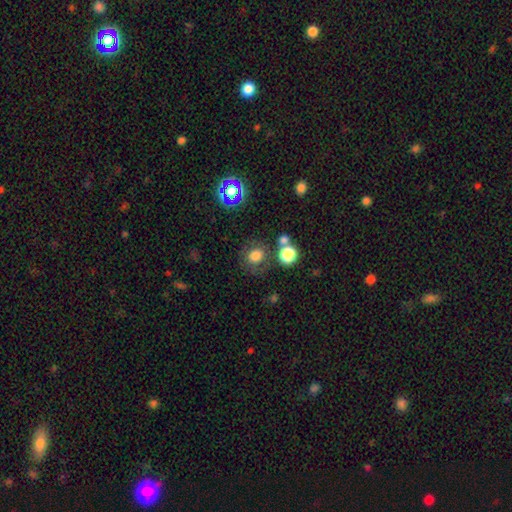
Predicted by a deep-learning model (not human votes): Smooth or featured? Predicted: smooth (p=0.73). How rounded? Predicted: round (p=0.77). Merging? Predicted: none (p=0.67).